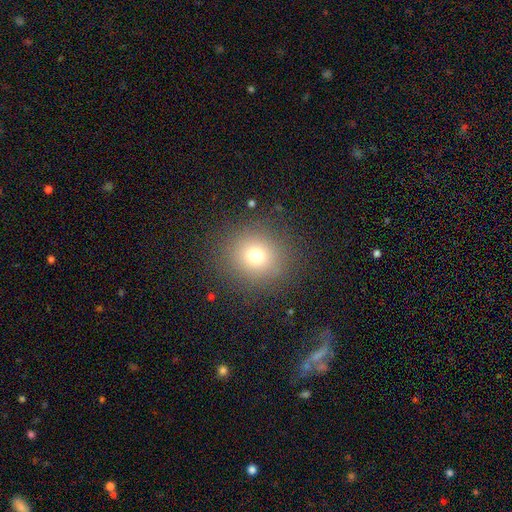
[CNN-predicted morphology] Smooth or featured? Predicted: smooth (p=0.72). How rounded? Predicted: round (p=0.88). Merging? Predicted: none (p=0.87).